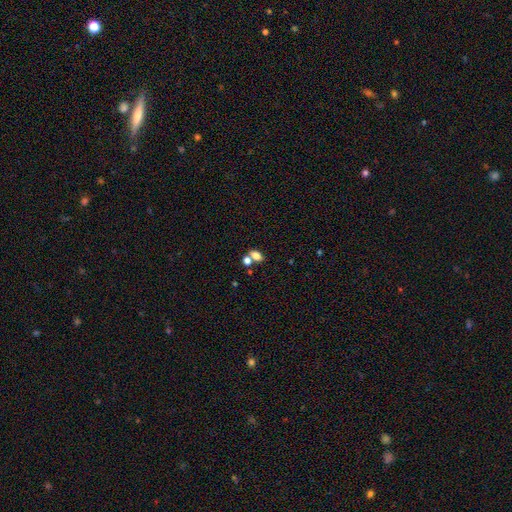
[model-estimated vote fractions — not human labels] Overall: smooth (78%). How rounded: in between (80%). Merging: none (48%; merger 38%).